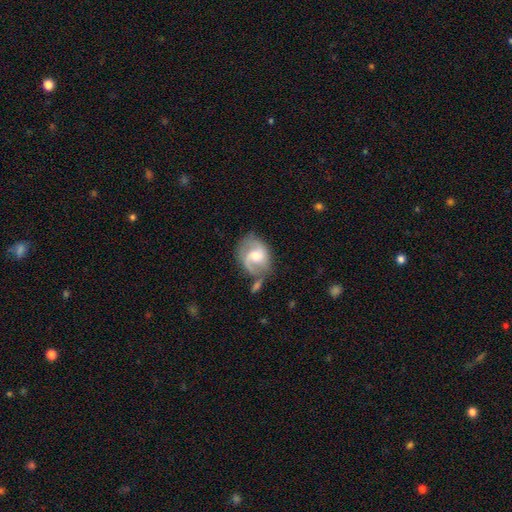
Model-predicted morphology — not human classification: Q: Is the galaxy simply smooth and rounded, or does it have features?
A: featured or disk — 71%.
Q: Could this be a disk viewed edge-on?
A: no — 97%.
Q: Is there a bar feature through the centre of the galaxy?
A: weak — 47%.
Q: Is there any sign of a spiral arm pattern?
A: yes — 89%.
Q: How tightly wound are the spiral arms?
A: medium — 48%.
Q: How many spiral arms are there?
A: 2 — 77%.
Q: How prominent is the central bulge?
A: moderate — 66%.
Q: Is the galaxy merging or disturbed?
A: none — 52%.